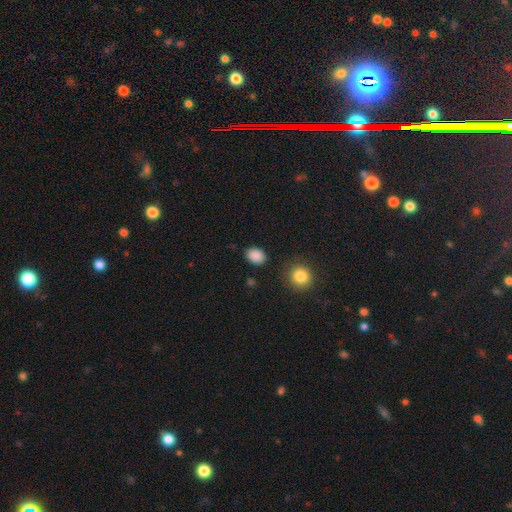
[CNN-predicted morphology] Smooth or featured? smooth (88%)
How rounded? in between (62%)
Merging? none (84%)